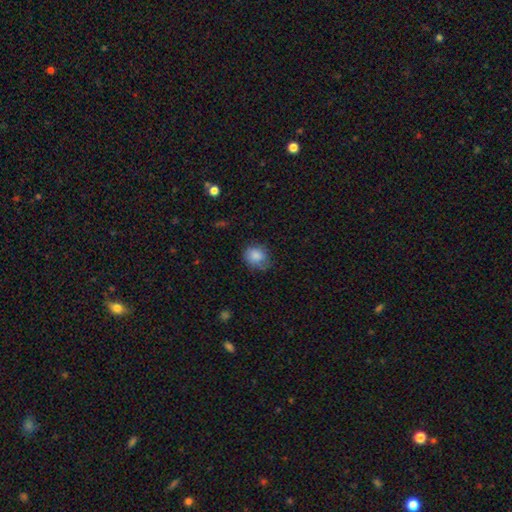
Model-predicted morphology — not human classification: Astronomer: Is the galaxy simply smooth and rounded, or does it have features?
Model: smooth — 84%.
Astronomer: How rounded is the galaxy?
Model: round — 70%.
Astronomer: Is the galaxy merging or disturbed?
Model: none — 62%.